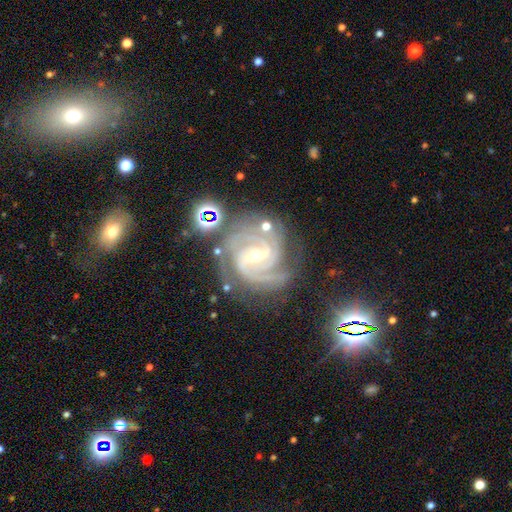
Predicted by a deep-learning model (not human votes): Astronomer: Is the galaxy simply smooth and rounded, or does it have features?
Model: featured or disk — 92%.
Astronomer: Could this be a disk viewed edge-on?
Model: no — 98%.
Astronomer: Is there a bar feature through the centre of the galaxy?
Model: weak — 46% (runner-up: strong, 39%).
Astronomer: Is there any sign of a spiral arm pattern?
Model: yes — 99%.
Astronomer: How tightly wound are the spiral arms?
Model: tight — 65%.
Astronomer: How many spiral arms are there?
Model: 3 — 40% (runner-up: 4, 22%).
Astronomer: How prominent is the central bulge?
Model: small — 57% (runner-up: moderate, 40%).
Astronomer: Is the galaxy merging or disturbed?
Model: none — 70%.